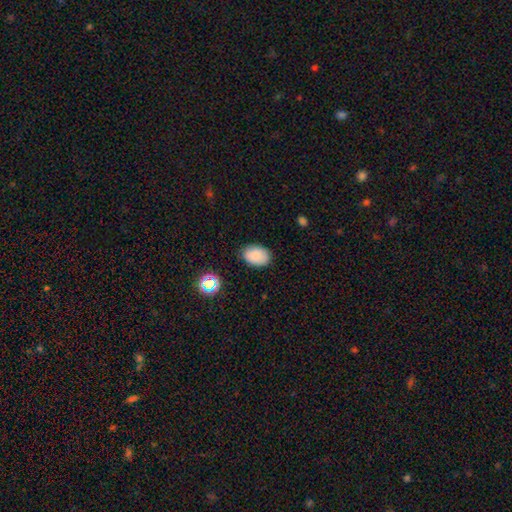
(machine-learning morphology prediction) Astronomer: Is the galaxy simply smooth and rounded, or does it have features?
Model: smooth — 84%.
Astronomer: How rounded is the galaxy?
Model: in between — 84%.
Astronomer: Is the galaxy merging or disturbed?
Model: none — 84%.